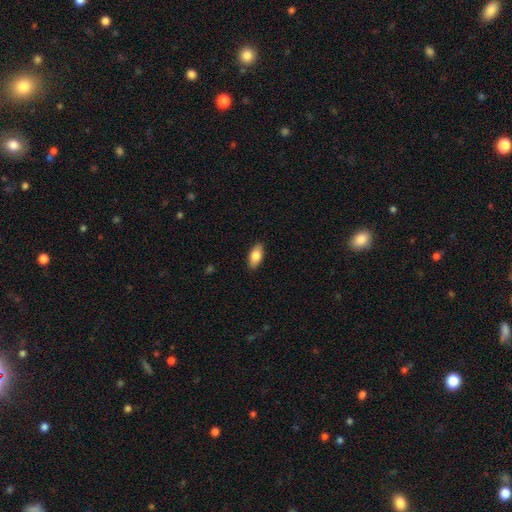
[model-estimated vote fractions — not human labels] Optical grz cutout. It shows a smooth galaxy with no disk features (82%) that is in between round and cigar-shaped (90%). Merging: none (89%).